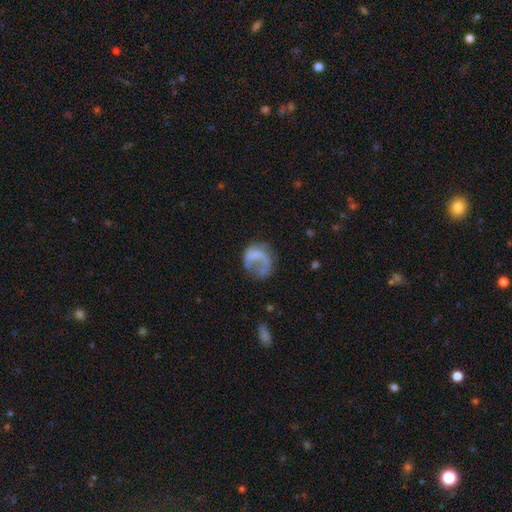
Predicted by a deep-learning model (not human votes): Smooth or featured?
  - smooth: 49% *
  - featured or disk: 40%
  - star or artifact: 10%
Merging?
  - major disturbance: 41% *
  - none: 34%
  - minor disturbance: 19%
  - merger: 6%